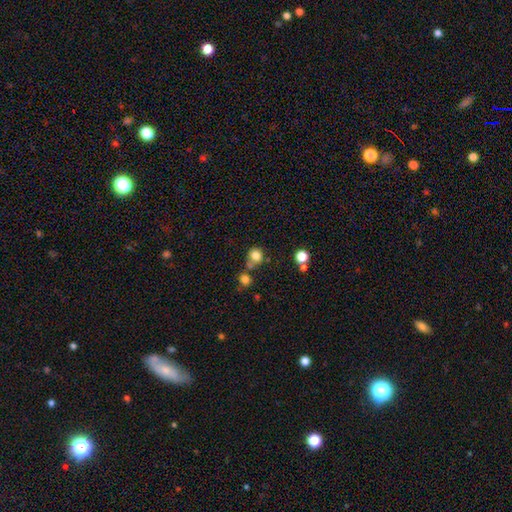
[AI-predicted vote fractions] Smooth or featured? smooth (80%)
How rounded? round (84%)
Merging? none (57%)